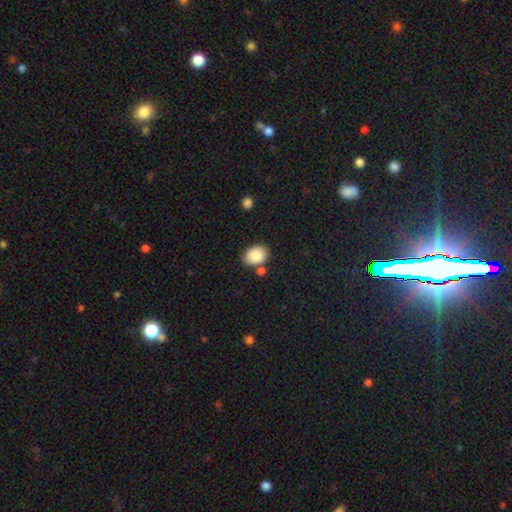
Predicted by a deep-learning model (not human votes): smooth-or-featured: smooth: 88% | star or artifact: 7% | featured or disk: 5%
  how-rounded: in between: 67% | round: 32% | cigar-shaped: 1%
  merging: none: 72% | minor disturbance: 13% | merger: 11% | major disturbance: 3%